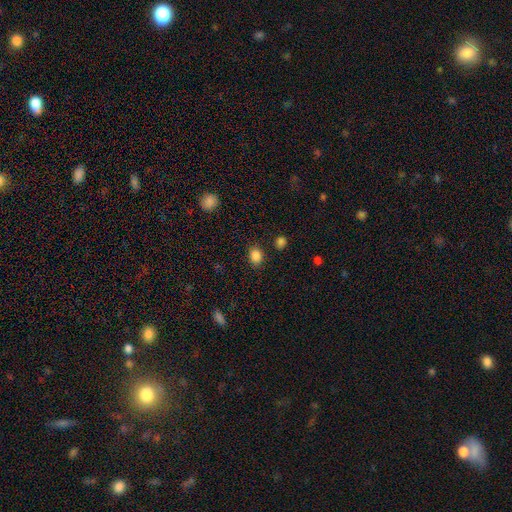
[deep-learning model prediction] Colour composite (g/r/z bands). It shows a smooth galaxy with no disk features (85%) that is in between round and cigar-shaped (55%). Merging: none (85%).